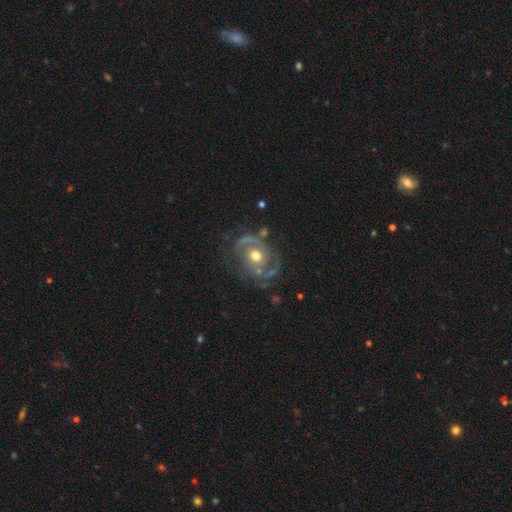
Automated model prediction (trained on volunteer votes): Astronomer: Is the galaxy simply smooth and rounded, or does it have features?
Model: featured or disk — 75%.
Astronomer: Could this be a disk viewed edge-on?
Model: no — 97%.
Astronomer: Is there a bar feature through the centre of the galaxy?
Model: no — 81%.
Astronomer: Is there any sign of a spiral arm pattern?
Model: yes — 73%.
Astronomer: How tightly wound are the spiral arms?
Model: tight — 40% (runner-up: medium, 39%).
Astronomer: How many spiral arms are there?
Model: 2 — 52%.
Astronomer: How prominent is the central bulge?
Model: moderate — 78%.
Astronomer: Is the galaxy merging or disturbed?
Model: none — 59%.